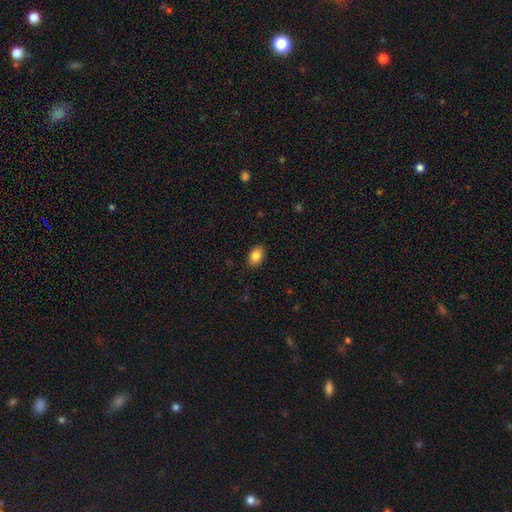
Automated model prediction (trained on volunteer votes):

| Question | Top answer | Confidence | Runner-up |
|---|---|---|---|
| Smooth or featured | smooth | 84% | star or artifact (8%) |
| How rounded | in between | 82% | round (17%) |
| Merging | none | 88% | minor disturbance (9%) |